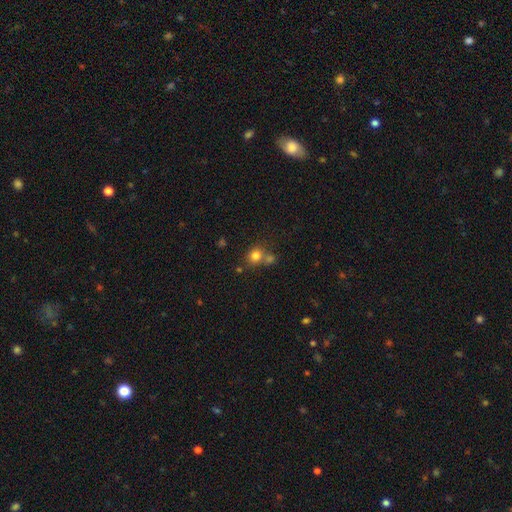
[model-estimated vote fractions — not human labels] This is likely a smooth galaxy (79%). How rounded: clearly round (81%). Merging: possibly none (54%).